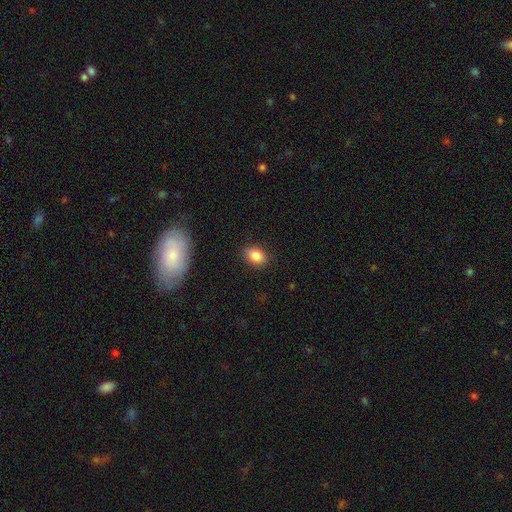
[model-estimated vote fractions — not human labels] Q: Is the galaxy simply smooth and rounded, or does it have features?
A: smooth — 85%.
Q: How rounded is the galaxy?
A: in between — 76%.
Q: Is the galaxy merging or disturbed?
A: none — 86%.